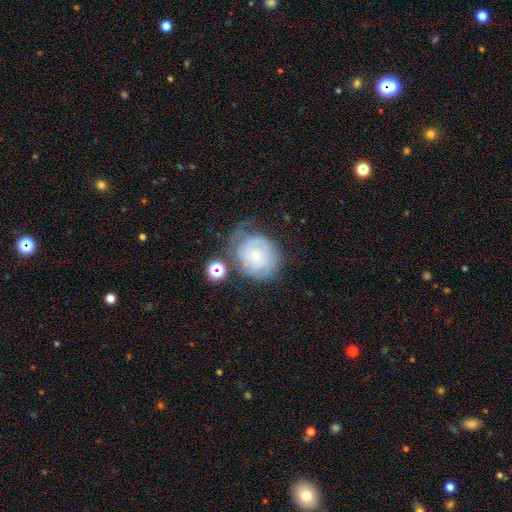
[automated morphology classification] Q: Smooth or featured?
A: featured or disk (72%); runner-up: smooth (19%)
Q: Edge-on disk?
A: no (98%); runner-up: yes (2%)
Q: Bar?
A: no (74%); runner-up: weak (23%)
Q: Spiral arms?
A: yes (89%); runner-up: no (11%)
Q: Spiral winding?
A: tight (65%); runner-up: medium (27%)
Q: Spiral arm count?
A: can't tell (46%); runner-up: 2 (18%)
Q: Bulge size?
A: small (69%); runner-up: moderate (21%)
Q: Merging?
A: none (48%); runner-up: minor disturbance (27%)